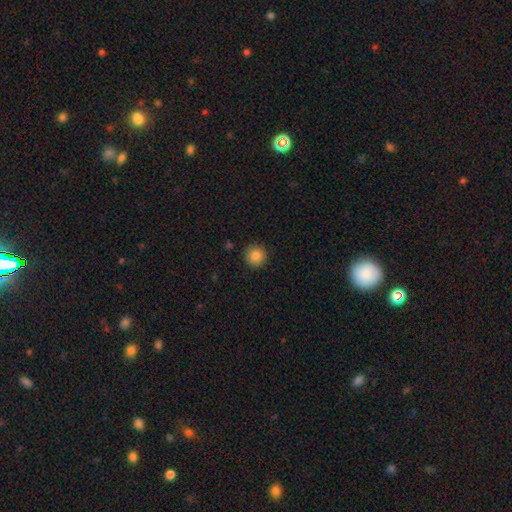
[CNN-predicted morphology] smooth-or-featured: smooth: 85% | star or artifact: 10% | featured or disk: 5%
  how-rounded: round: 95% | in between: 4% | cigar-shaped: 1%
  merging: none: 92% | minor disturbance: 6% | major disturbance: 2% | merger: 1%